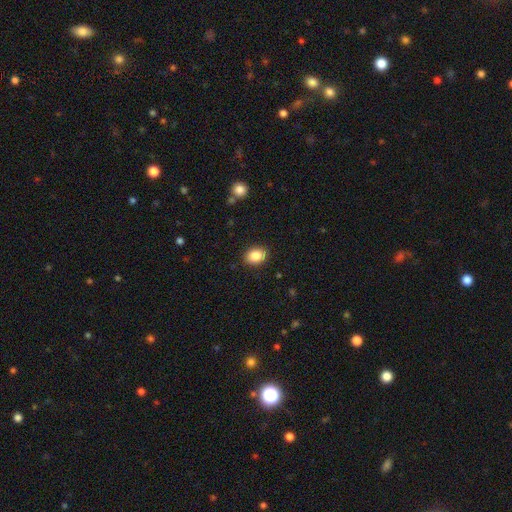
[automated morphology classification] type=smooth (87%); roundness=in between (67%); merging=none (88%).